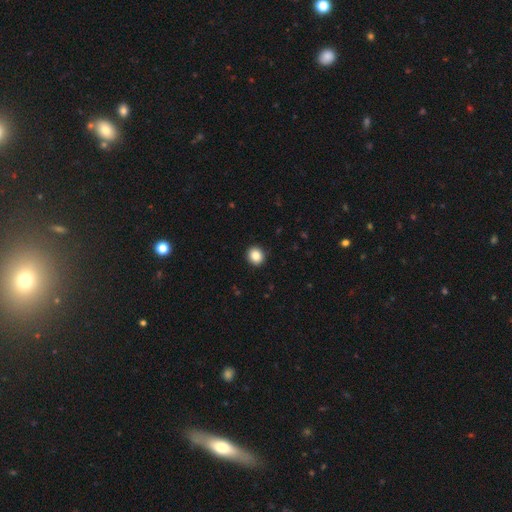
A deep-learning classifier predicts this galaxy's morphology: Smooth or featured: smooth — 86% (star or artifact — 10%)
How rounded: round — 86% (in between — 14%)
Merging: none — 93% (minor disturbance — 5%)